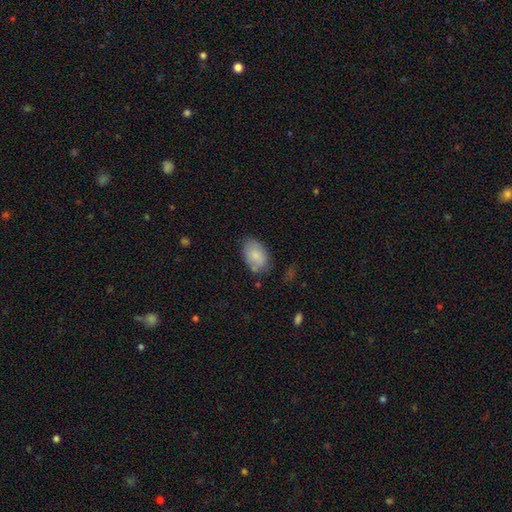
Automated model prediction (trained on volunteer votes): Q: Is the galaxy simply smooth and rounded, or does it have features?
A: smooth — 83%.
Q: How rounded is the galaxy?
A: in between — 90%.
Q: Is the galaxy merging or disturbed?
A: none — 68%.